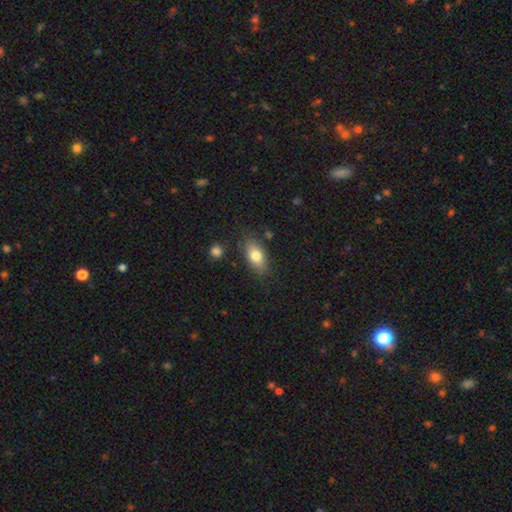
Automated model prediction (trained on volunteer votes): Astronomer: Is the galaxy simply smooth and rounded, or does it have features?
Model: smooth — 78%.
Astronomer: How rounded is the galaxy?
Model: in between — 86%.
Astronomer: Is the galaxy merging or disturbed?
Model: none — 79%.